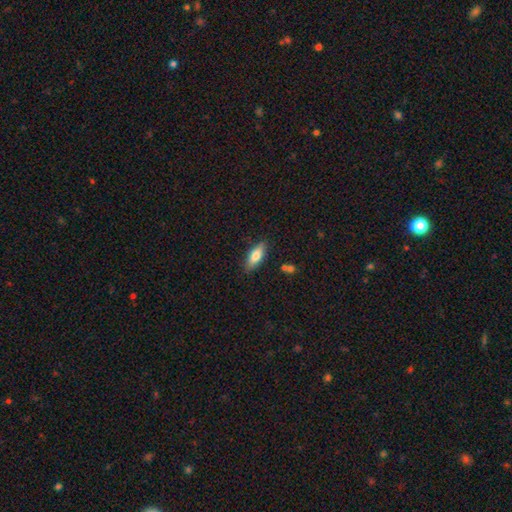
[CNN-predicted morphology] smooth 74%, featured or disk 20%, star or artifact 6%. Down the decision tree: how rounded — in between (68%); merging — none (84%).